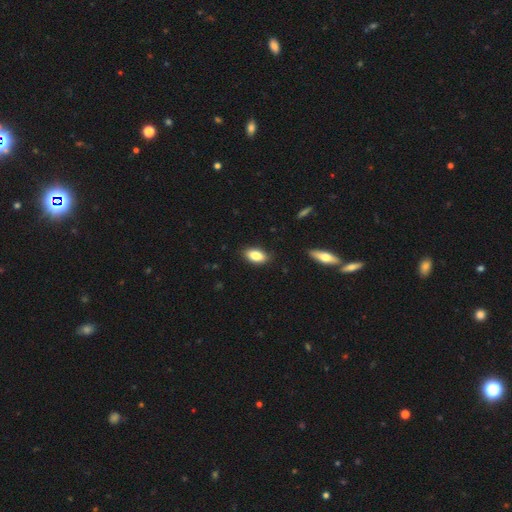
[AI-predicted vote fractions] smooth_or_featured: smooth (p=0.85) [alt: featured or disk p=0.08]
how_rounded: in between (p=0.90) [alt: cigar-shaped p=0.05]
merging: none (p=0.85) [alt: minor disturbance p=0.11]